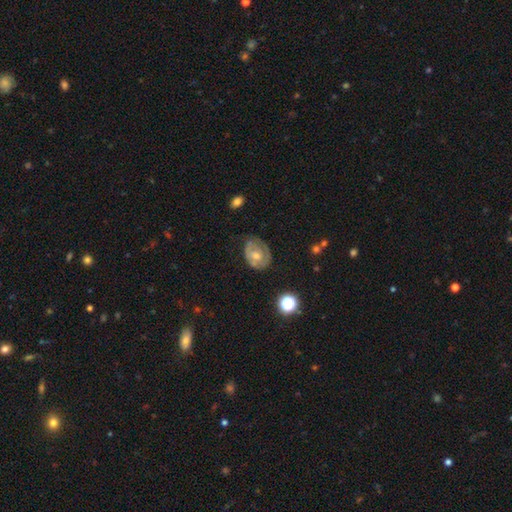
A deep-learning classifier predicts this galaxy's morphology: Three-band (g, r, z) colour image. It shows a featured or disk galaxy (54%) with no bar (74%), no spiral arms (51%) and a moderate central bulge (62%). Merging: none (65%).